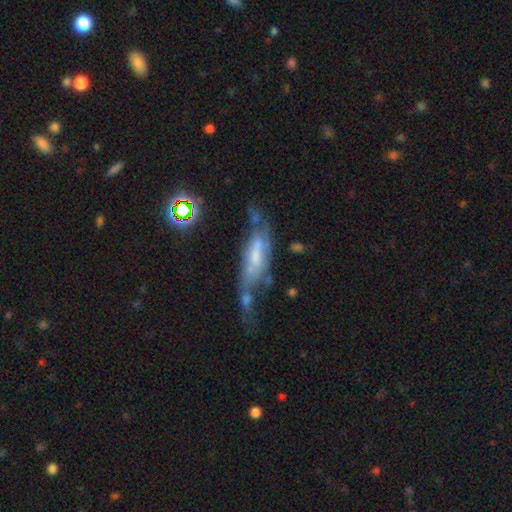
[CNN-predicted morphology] Q: Smooth or featured?
A: featured or disk (60%); runner-up: smooth (28%)
Q: Edge-on disk?
A: no (71%); runner-up: yes (29%)
Q: Merging?
A: major disturbance (33%); runner-up: none (28%)